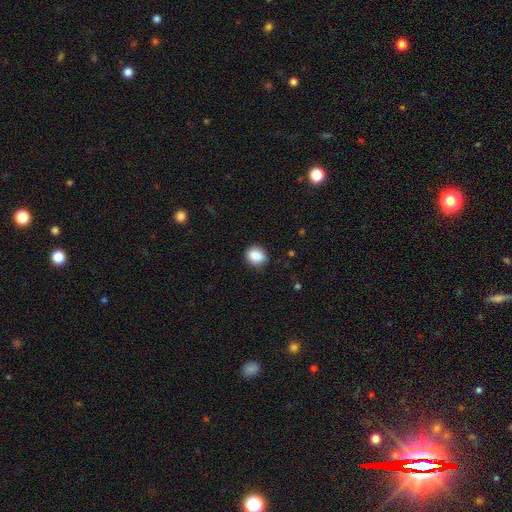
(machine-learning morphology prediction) smooth-or-featured: smooth: 88% | star or artifact: 8% | featured or disk: 4%
  how-rounded: round: 60% | in between: 39% | cigar-shaped: 1%
  merging: none: 83% | minor disturbance: 13% | major disturbance: 3% | merger: 1%